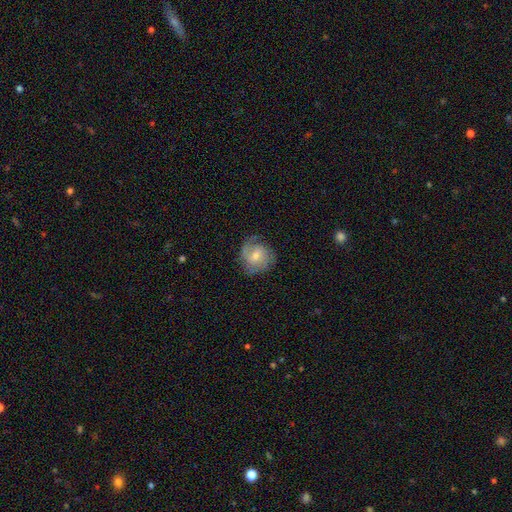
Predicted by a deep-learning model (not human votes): A featured or disk galaxy (66%) with no bar (50%), 2 (49%) tight (41%, tied with medium) spiral arms (90%) and a moderate central bulge (49%). Merging: none (70%).